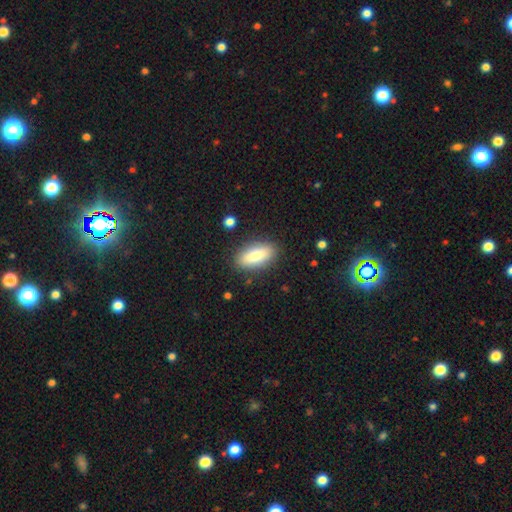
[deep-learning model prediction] A smooth galaxy with no disk features (82%) that is in between round and cigar-shaped (83%).

Vote fractions:
- Smooth or featured? smooth: 82% / featured or disk: 12% / star or artifact: 6%
- How rounded? in between: 83% / cigar-shaped: 15% / round: 3%
- Merging? none: 86% / minor disturbance: 10% / major disturbance: 3% / merger: 2%